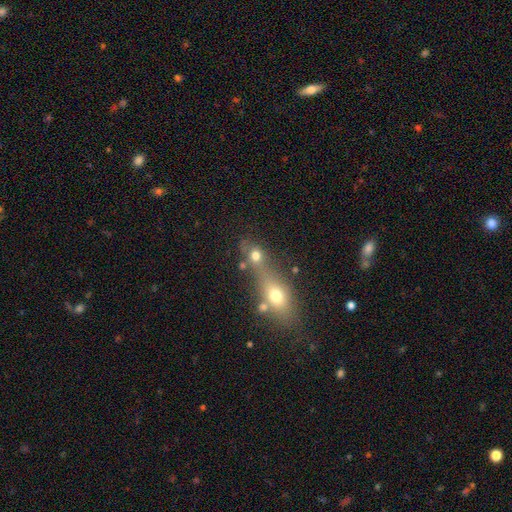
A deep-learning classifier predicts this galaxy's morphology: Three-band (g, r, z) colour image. It shows a smooth galaxy with no disk features (67%) that is round (51%). Merging: merger (52%).